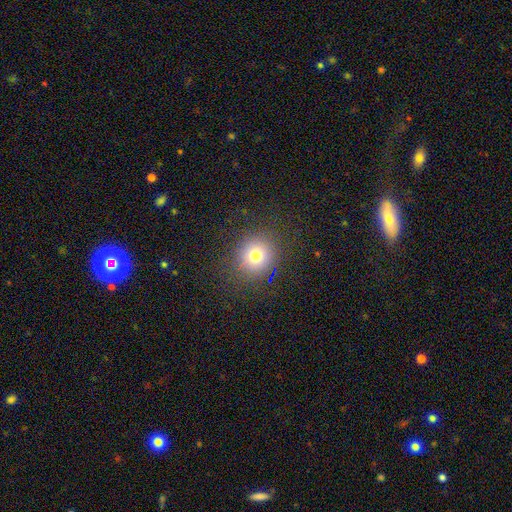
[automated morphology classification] Smooth or featured? smooth (74%)
How rounded? round (88%)
Merging? none (87%)